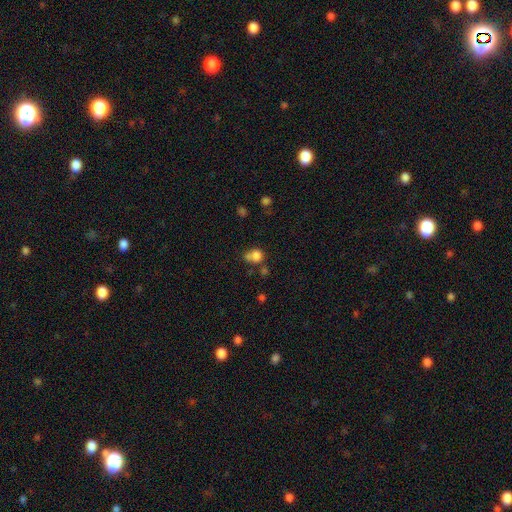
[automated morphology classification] Smooth or featured? smooth (77%)
How rounded? round (76%)
Merging? none (44%)